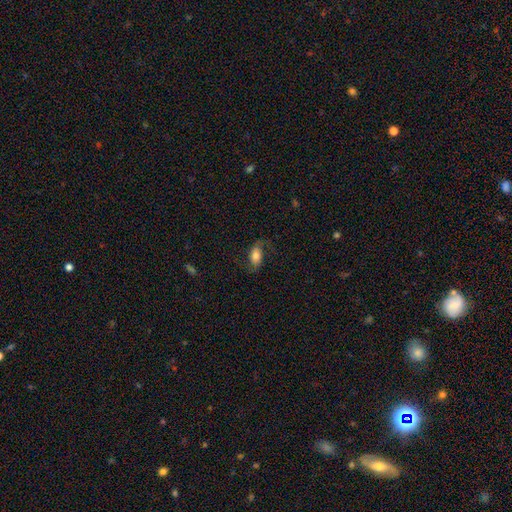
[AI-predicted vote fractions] A smooth galaxy with no disk features (47%). Merging: none (69%).